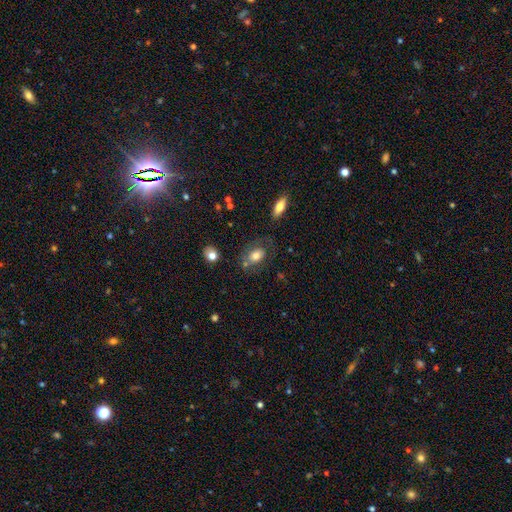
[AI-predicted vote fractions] A smooth galaxy with no disk features (68%) that is in between round and cigar-shaped (79%). Merging: none (60%).